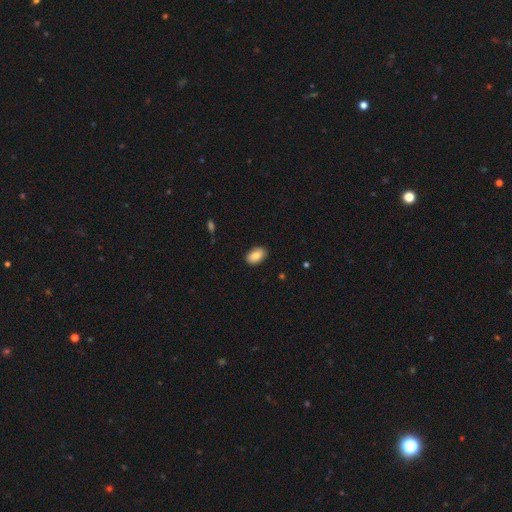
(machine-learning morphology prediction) Overall: smooth (84%). How rounded: in between (91%). Merging: none (86%).